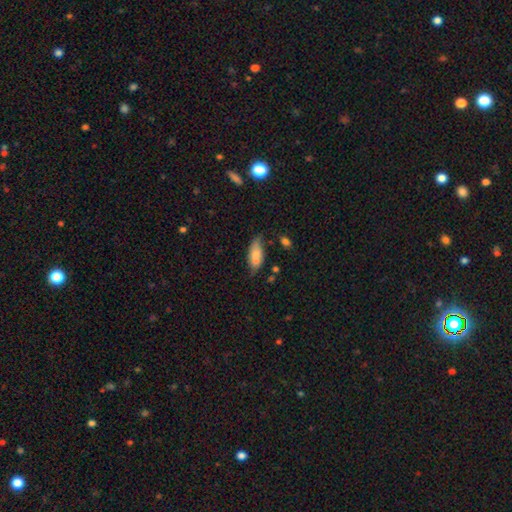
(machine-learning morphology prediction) Smooth or featured? Predicted: smooth (p=0.76). How rounded? Predicted: in between (p=0.83). Merging? Predicted: none (p=0.49).